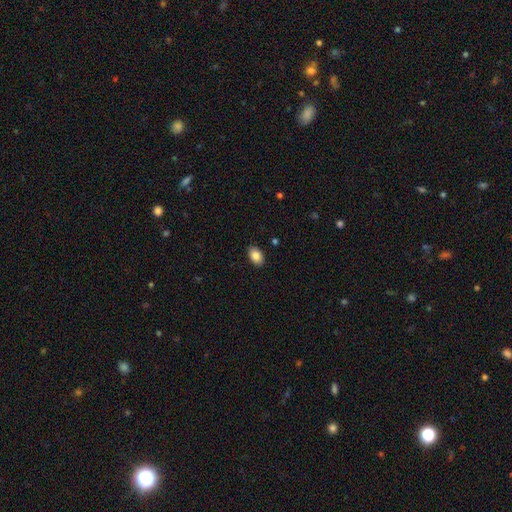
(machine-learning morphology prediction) Smooth or featured? Predicted: smooth (p=0.86). How rounded? Predicted: in between (p=0.88). Merging? Predicted: none (p=0.89).